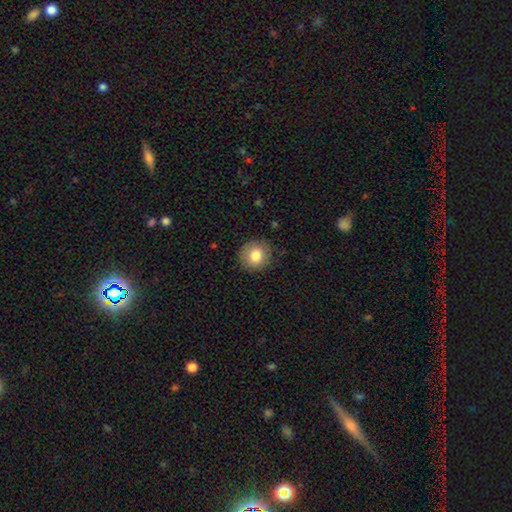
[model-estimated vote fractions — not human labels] smooth 81%, featured or disk 10%, star or artifact 9%. Down the decision tree: how rounded — round (90%); merging — none (87%).